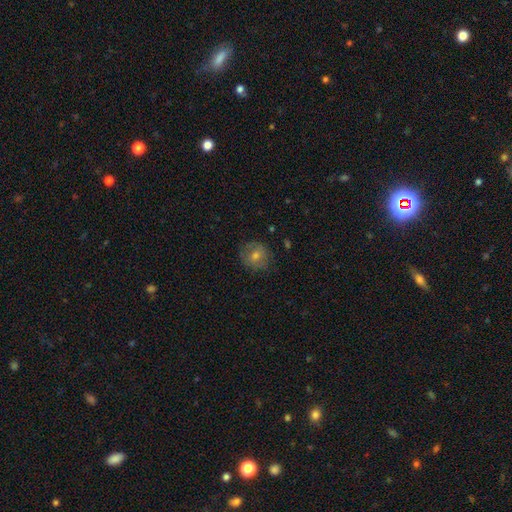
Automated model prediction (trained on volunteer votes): Q: Smooth or featured?
A: smooth (56%); runner-up: featured or disk (32%)
Q: How rounded?
A: round (85%); runner-up: in between (14%)
Q: Merging?
A: none (80%); runner-up: minor disturbance (14%)